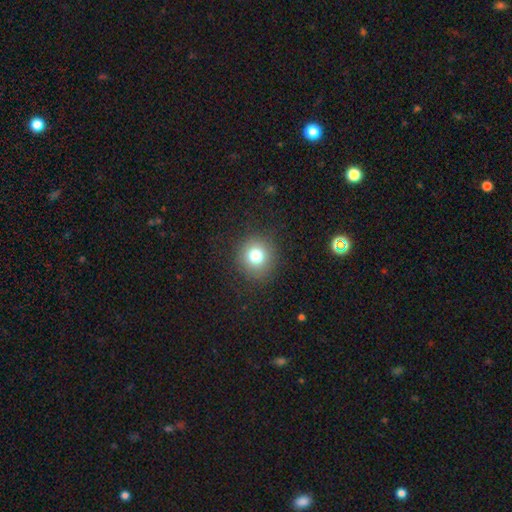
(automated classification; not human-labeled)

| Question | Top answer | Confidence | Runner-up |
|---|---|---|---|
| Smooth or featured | smooth | 76% | star or artifact (14%) |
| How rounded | round | 91% | in between (8%) |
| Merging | none | 89% | minor disturbance (7%) |